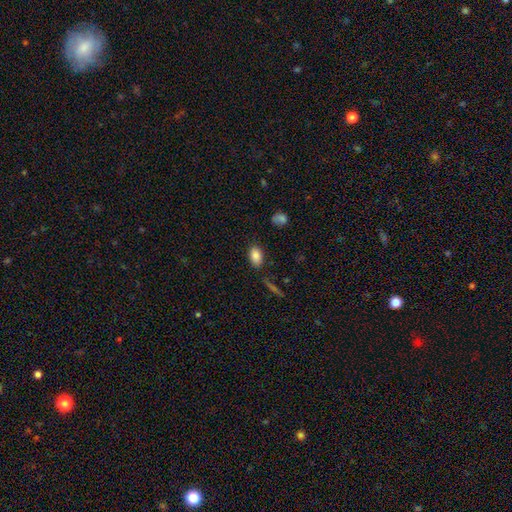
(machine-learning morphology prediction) Overall: smooth (86%). How rounded: in between (90%). Merging: none (83%).